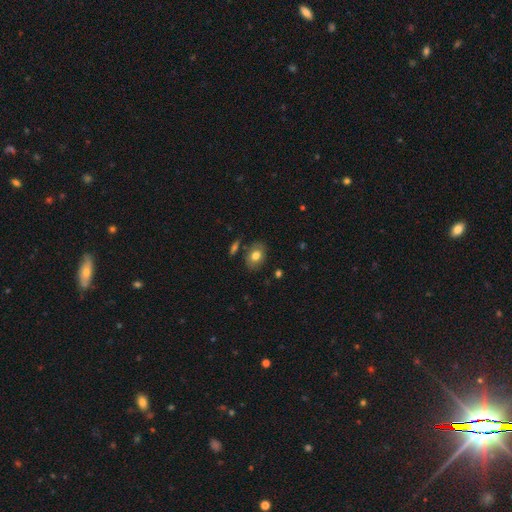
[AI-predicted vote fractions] This appears to be a smooth galaxy with no disk features (77%) that is in between round and cigar-shaped (72%). Merging: none (80%).